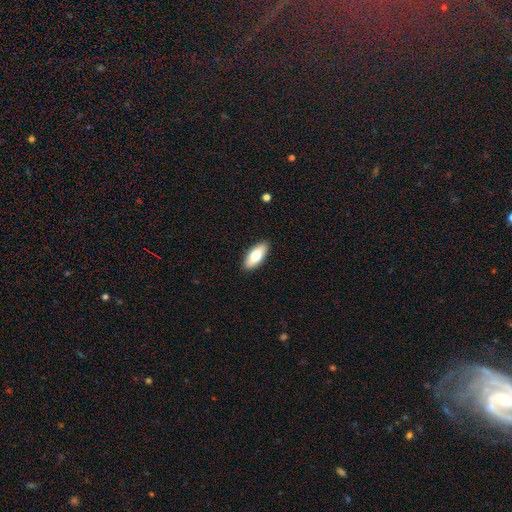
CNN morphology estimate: A smooth galaxy with no disk features (74%) that is in between round and cigar-shaped (83%). Merging: none (90%).